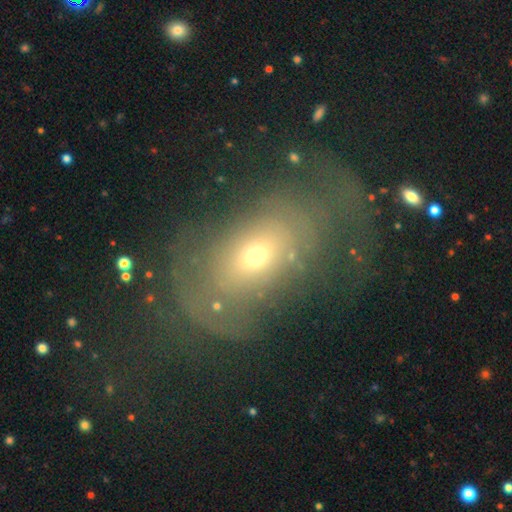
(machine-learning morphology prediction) Smooth or featured?
  - featured or disk: 42% * (tied)
  - smooth: 42% * (tied)
  - star or artifact: 16%
Merging?
  - major disturbance: 39% * (tied)
  - none: 39% * (tied)
  - minor disturbance: 18%
  - merger: 4%